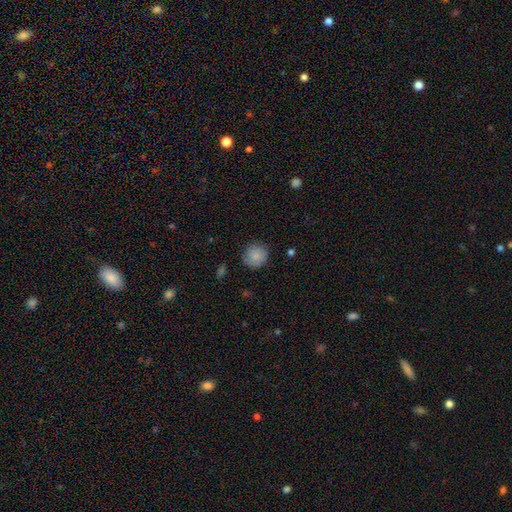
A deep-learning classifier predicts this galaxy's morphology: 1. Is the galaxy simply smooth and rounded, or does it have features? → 86% smooth, 8% star or artifact, 6% featured or disk.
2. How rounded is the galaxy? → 91% round, 8% in between, 1% cigar-shaped.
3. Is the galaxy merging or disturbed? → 83% none, 13% minor disturbance, 3% major disturbance, 1% merger.